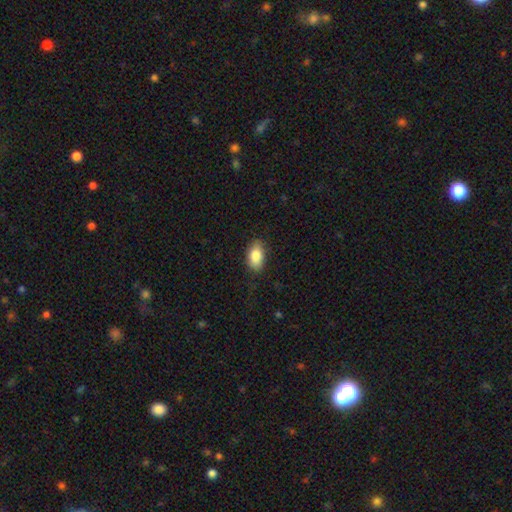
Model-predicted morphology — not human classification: This is clearly a smooth galaxy (85%). How rounded: clearly in between (91%). Merging: clearly none (80%).